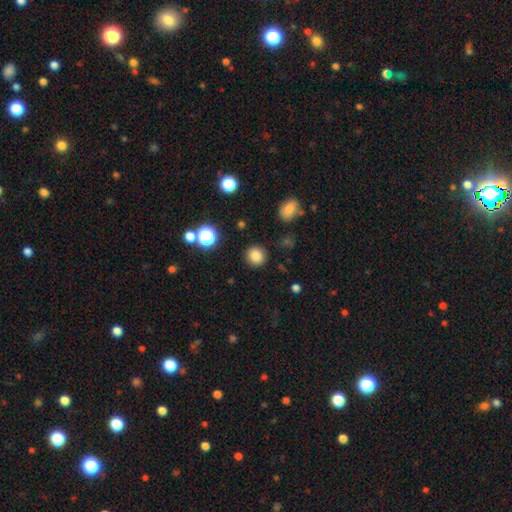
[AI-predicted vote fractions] Smooth or featured? Predicted: smooth (p=0.82). How rounded? Predicted: round (p=0.92). Merging? Predicted: none (p=0.89).